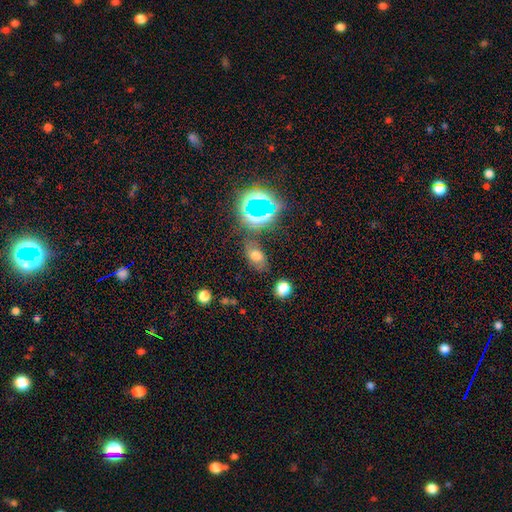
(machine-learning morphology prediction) type=smooth (61%); roundness=in between (85%); merging=none (69%).